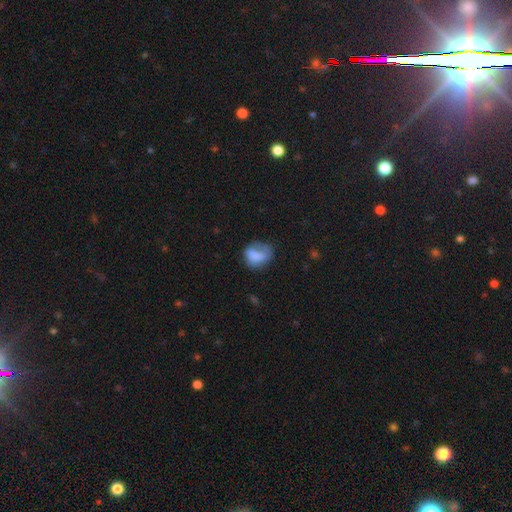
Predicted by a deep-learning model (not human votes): This appears to be a smooth galaxy with no disk features (73%) that is in between round and cigar-shaped (57%). Merging: none (37%).